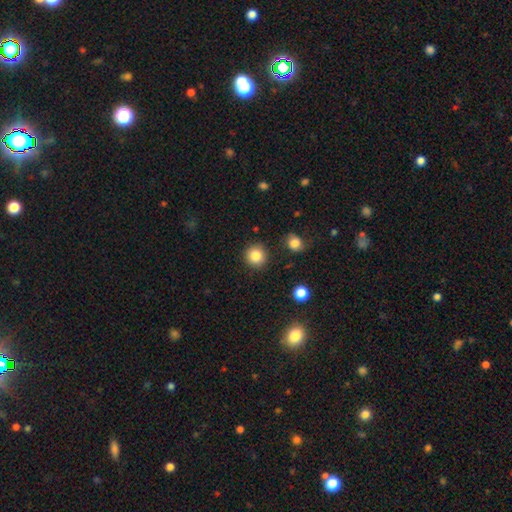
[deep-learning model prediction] smooth-or-featured: smooth: 85% | star or artifact: 10% | featured or disk: 5%
  how-rounded: round: 93% | in between: 7% | cigar-shaped: 1%
  merging: none: 89% | minor disturbance: 7% | major disturbance: 2% | merger: 2%